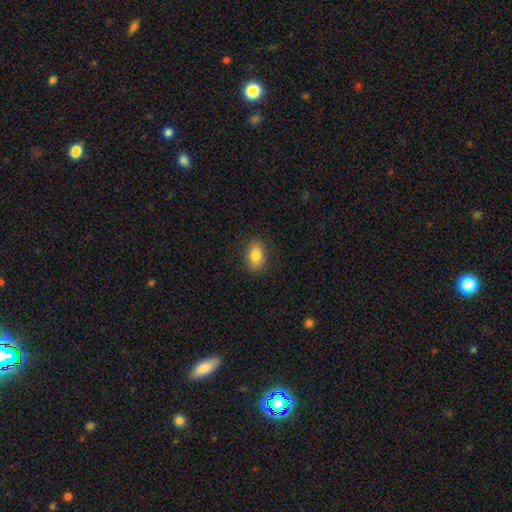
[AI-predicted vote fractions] Morphology: type=smooth (79%); roundness=in between (83%); merging=none (85%).